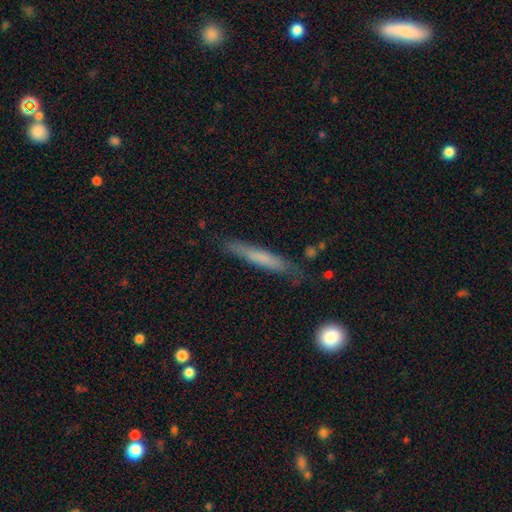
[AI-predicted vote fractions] smooth_or_featured: smooth (p=0.57) [alt: featured or disk p=0.35]
how_rounded: cigar-shaped (p=0.94) [alt: in between p=0.05]
merging: none (p=0.80) [alt: minor disturbance p=0.15]